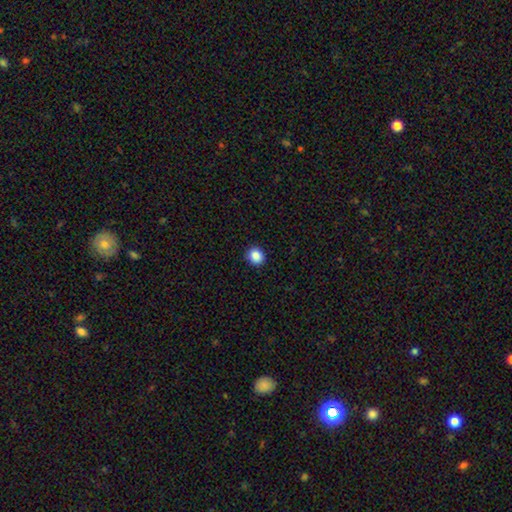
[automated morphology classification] A smooth galaxy with no disk features (87%) that is round (73%).

Vote fractions:
- Smooth or featured? smooth: 87% / star or artifact: 9% / featured or disk: 3%
- How rounded? round: 73% / in between: 27% / cigar-shaped: 1%
- Merging? none: 90% / minor disturbance: 7% / major disturbance: 2% / merger: 1%